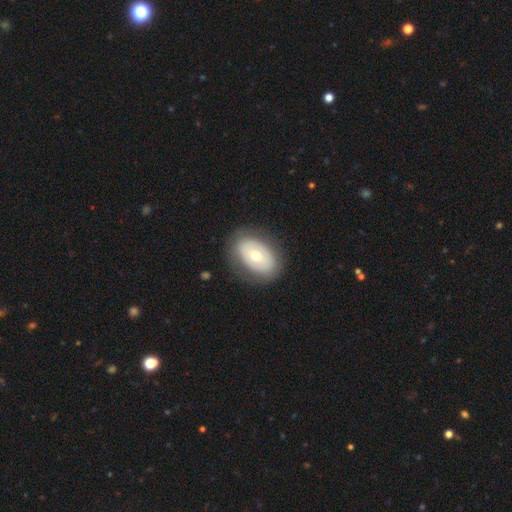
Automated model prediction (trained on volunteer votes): The model was most divided on "smooth or featured": smooth: 55%, featured or disk: 39%, star or artifact: 6%. More confident: how rounded — in between (84%); merging — none (79%).